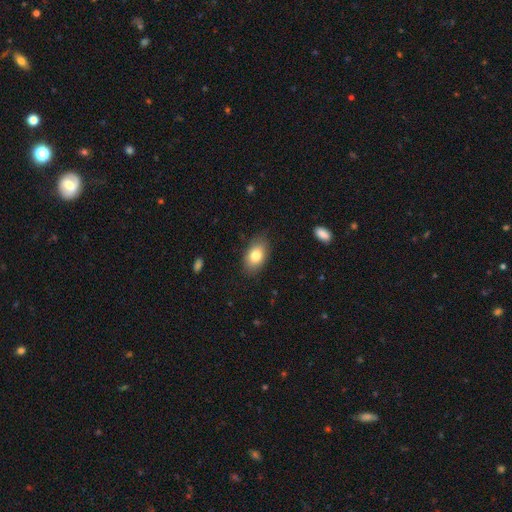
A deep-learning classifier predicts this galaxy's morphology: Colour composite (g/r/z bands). It shows a smooth galaxy with no disk features (79%) that is in between round and cigar-shaped (89%). Merging: none (84%).